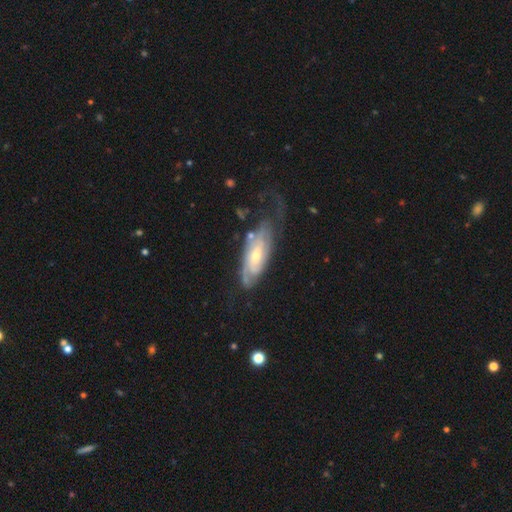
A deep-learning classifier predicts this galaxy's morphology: This appears to be a featured or disk galaxy (78%) with no bar (52%), tight (57%) spiral arms (91%) and a moderate central bulge (56%). Merging: none (48%).